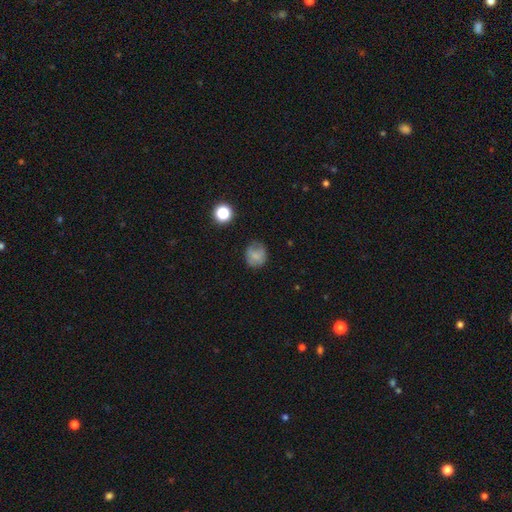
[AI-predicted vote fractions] Smooth or featured? smooth (71%)
How rounded? round (76%)
Merging? none (66%)